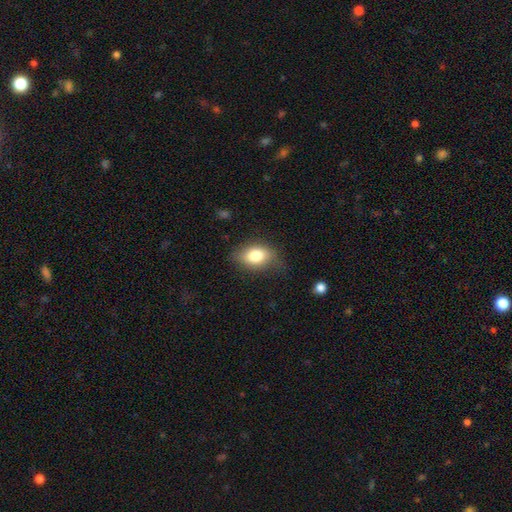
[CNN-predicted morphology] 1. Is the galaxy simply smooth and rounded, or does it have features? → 81% smooth, 11% featured or disk, 8% star or artifact.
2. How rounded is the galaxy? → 84% in between, 14% round, 2% cigar-shaped.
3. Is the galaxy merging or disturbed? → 73% none, 20% minor disturbance, 6% major disturbance, 1% merger.